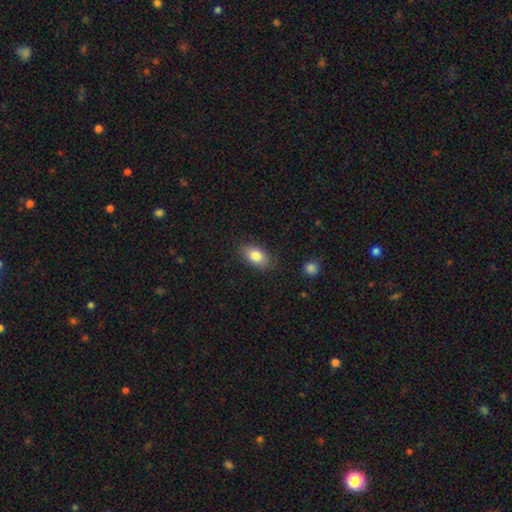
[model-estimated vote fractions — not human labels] Smooth or featured: smooth — 83% (featured or disk — 9%)
How rounded: in between — 88% (round — 9%)
Merging: none — 82% (minor disturbance — 13%)